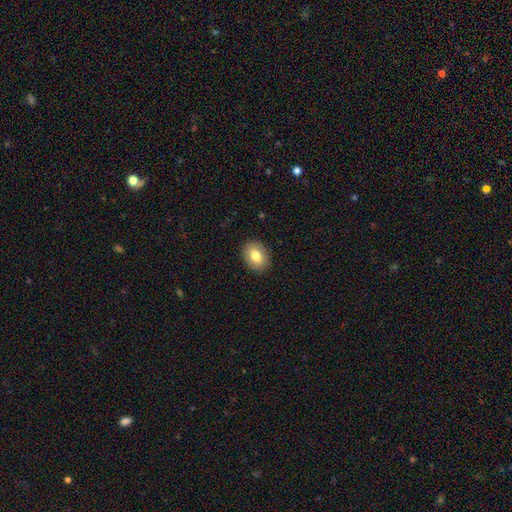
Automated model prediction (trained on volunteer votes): Smooth or featured? smooth (79%)
How rounded? in between (65%)
Merging? none (89%)